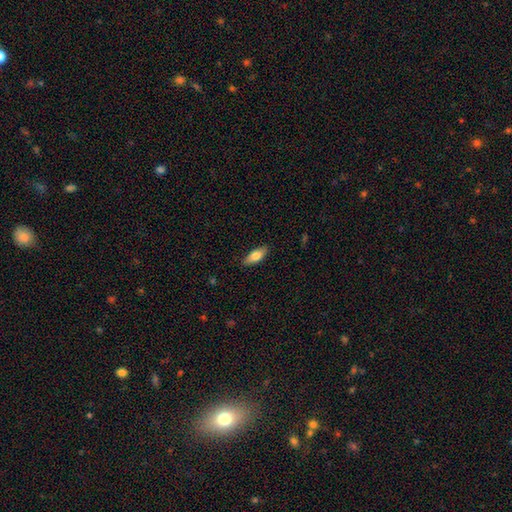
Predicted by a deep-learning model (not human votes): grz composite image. It shows a smooth galaxy with no disk features (76%) that is in between round and cigar-shaped (75%). Merging: none (86%).